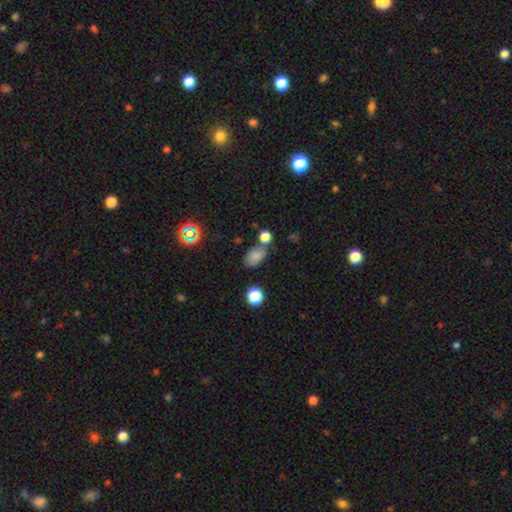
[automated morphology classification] Smooth or featured?
  - smooth: 79% *
  - star or artifact: 14%
  - featured or disk: 6%
How rounded?
  - in between: 83% *
  - round: 15%
  - cigar-shaped: 2%
Merging?
  - none: 56% *
  - merger: 22%
  - minor disturbance: 16%
  - major disturbance: 6%